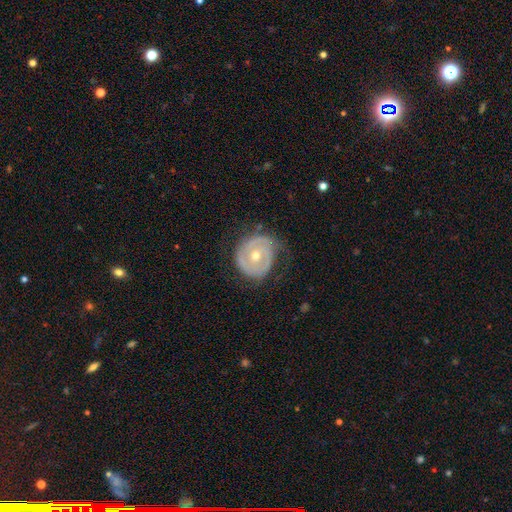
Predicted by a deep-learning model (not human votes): Overall: featured or disk (71%). Edge-on disk: no (97%). Bar: no (73%). Spiral arms: yes (67%; no 33%). Bulge size: moderate (61%; small 36%). Merging: none (57%; minor disturbance 28%).